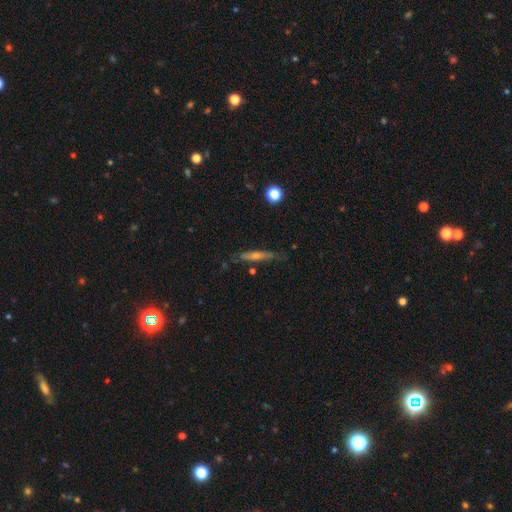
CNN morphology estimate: A featured or disk galaxy (56%) viewed edge-on (90%). Merging: none (78%).